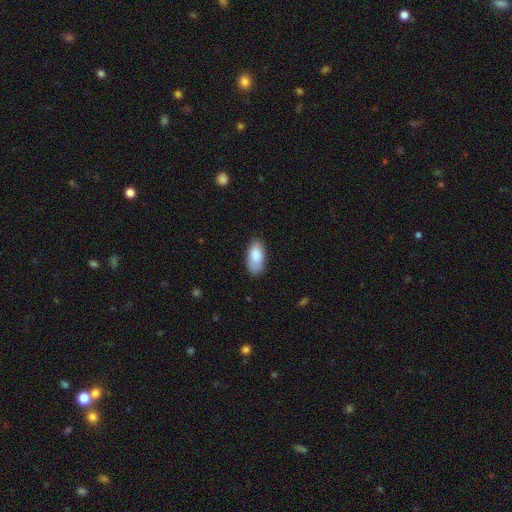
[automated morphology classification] Overall: smooth (85%). How rounded: in between (94%). Merging: none (80%).